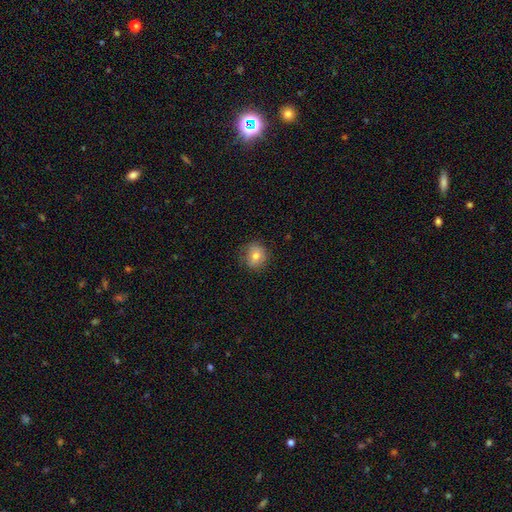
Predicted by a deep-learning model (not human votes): A smooth galaxy with no disk features (74%) that is round (83%). Merging: none (80%).